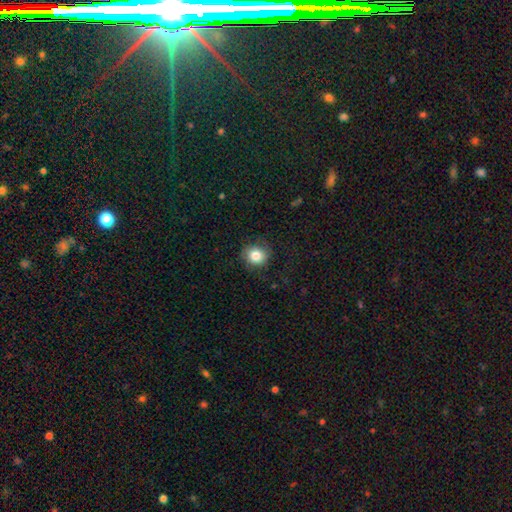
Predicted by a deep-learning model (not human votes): A smooth galaxy with no disk features (82%) that is round (82%). Merging: none (78%).